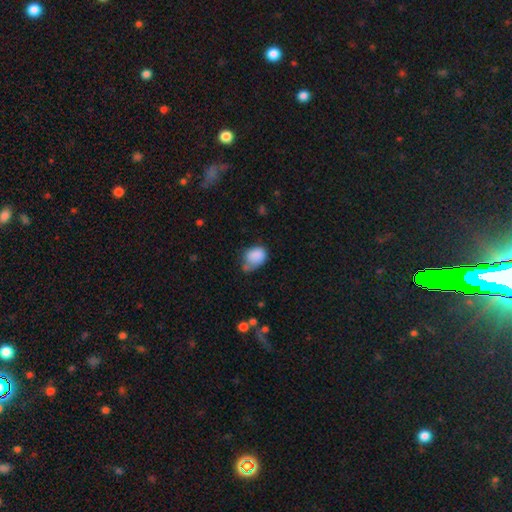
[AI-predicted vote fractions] The model was most divided on "merging": minor disturbance: 39%, none: 38%, major disturbance: 15%, merger: 9%. More confident: smooth or featured — smooth (85%); how rounded — in between (69%).